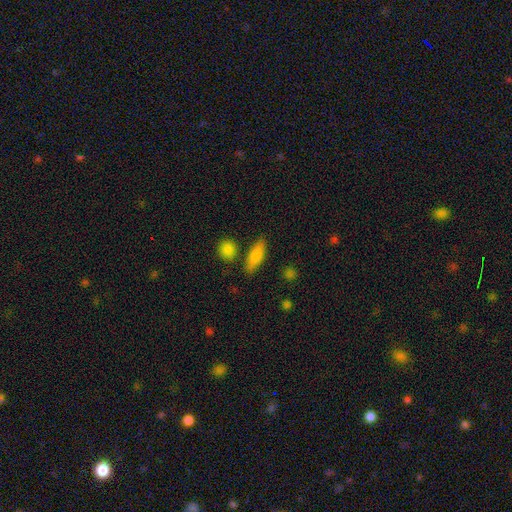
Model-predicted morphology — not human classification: smooth_or_featured: smooth (p=0.82) [alt: featured or disk p=0.11]
how_rounded: in between (p=0.58) [alt: cigar-shaped p=0.37]
merging: none (p=0.80) [alt: minor disturbance p=0.11]